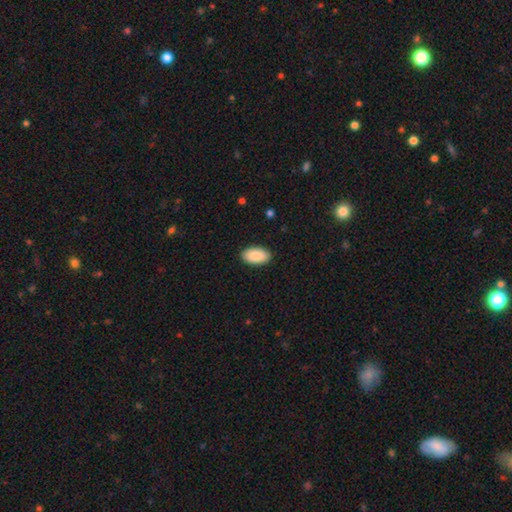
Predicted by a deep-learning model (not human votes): A smooth galaxy with no disk features (88%) that is in between round and cigar-shaped (95%).

Vote fractions:
- Smooth or featured? smooth: 88% / star or artifact: 6% / featured or disk: 6%
- How rounded? in between: 95% / round: 3% / cigar-shaped: 2%
- Merging? none: 90% / minor disturbance: 7% / major disturbance: 2% / merger: 1%